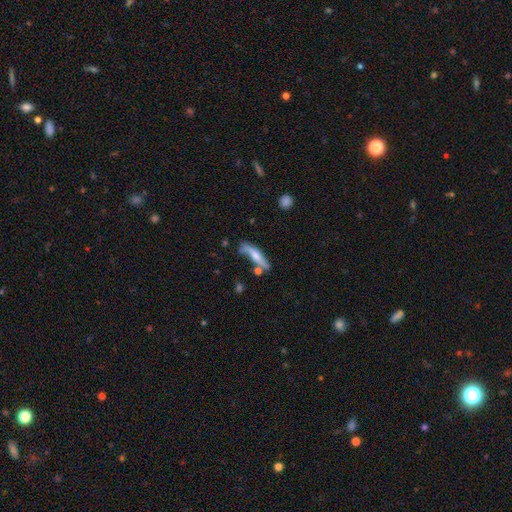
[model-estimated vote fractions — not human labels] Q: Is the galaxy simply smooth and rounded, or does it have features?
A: smooth — 53%.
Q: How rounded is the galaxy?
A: cigar-shaped — 77%.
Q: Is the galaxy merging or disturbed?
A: none — 56%.